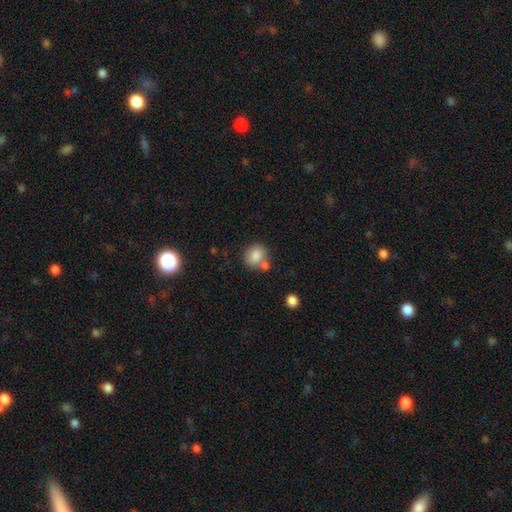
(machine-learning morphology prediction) A smooth galaxy with no disk features (84%) that is round (75%). Merging: none (62%).